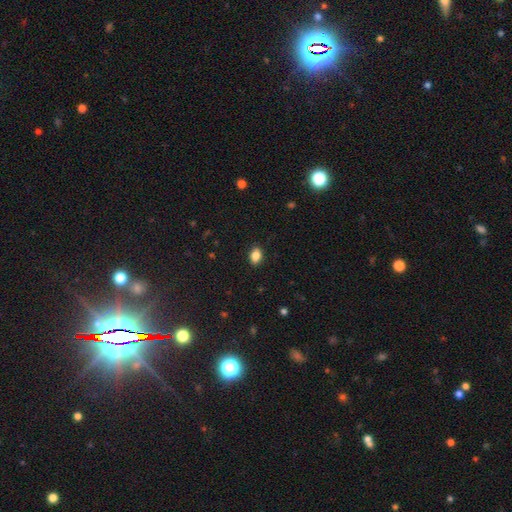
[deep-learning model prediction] Smooth or featured?
  - smooth: 86% *
  - star or artifact: 9%
  - featured or disk: 5%
How rounded?
  - in between: 81% *
  - round: 18%
  - cigar-shaped: 1%
Merging?
  - none: 89% *
  - minor disturbance: 8%
  - major disturbance: 2%
  - merger: 1%